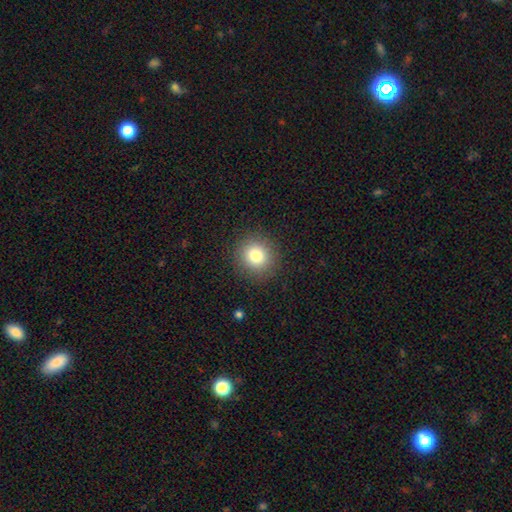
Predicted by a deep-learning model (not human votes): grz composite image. It shows a smooth galaxy with no disk features (81%) that is round (90%). Merging: none (89%).